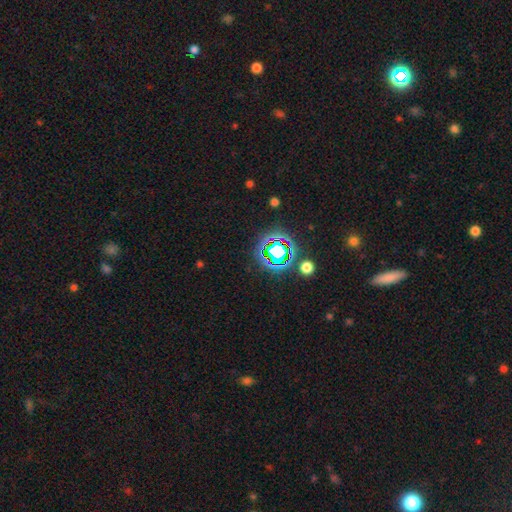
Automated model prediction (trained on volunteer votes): smooth_or_featured: star or artifact (p=0.74) [alt: smooth p=0.17]